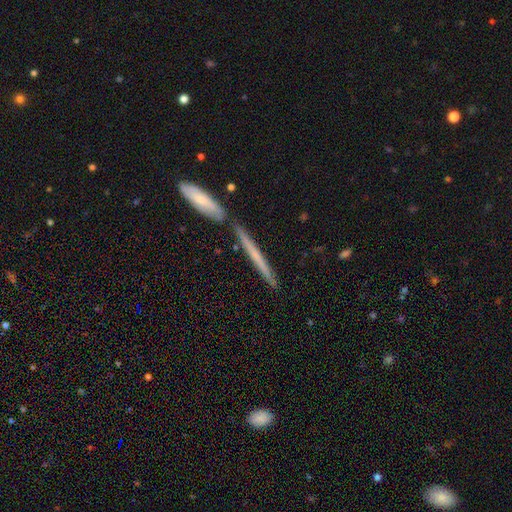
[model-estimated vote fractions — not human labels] A smooth galaxy with no disk features (47%). Merging: none (75%).